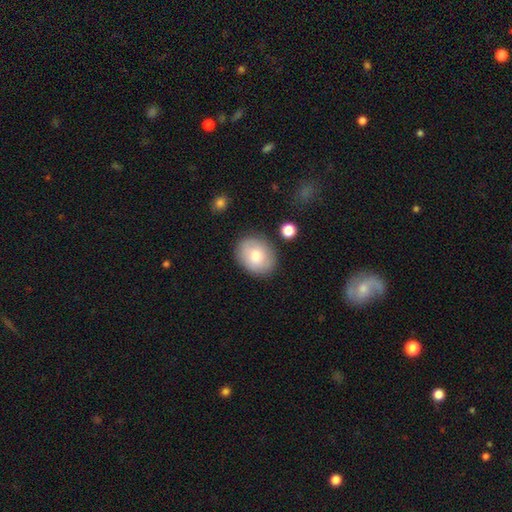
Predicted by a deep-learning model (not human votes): Smooth or featured: smooth — 74% (featured or disk — 18%)
How rounded: round — 51% (in between — 48%)
Merging: none — 83% (minor disturbance — 11%)